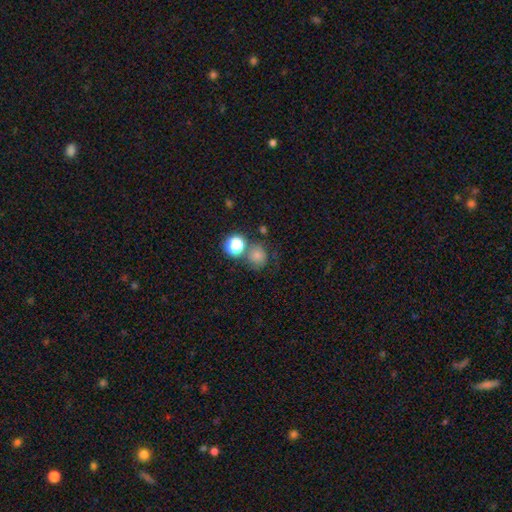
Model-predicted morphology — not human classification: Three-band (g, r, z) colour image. It shows a smooth galaxy with no disk features (64%) that is round (82%). Merging: none (56%).